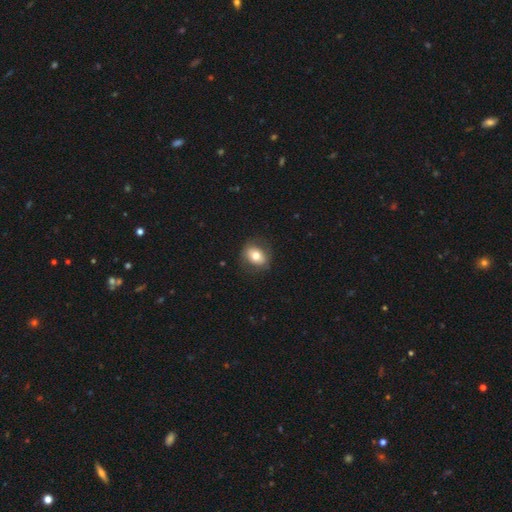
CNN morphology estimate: A smooth galaxy with no disk features (73%) that is in between round and cigar-shaped (61%). Merging: none (81%).